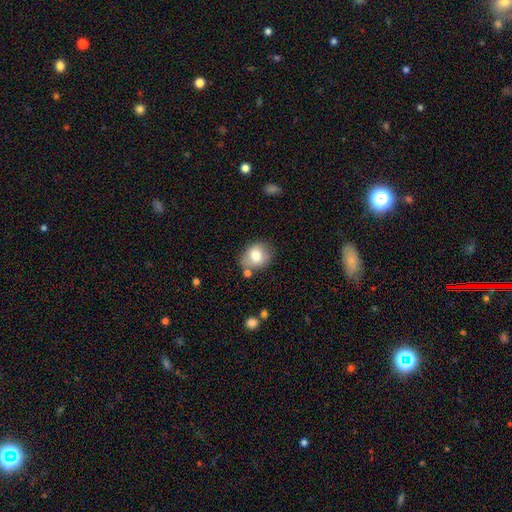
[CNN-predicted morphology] A smooth galaxy with no disk features (76%) that is round (56%).

Vote fractions:
- Smooth or featured? smooth: 76% / featured or disk: 16% / star or artifact: 9%
- How rounded? round: 56% / in between: 43% / cigar-shaped: 1%
- Merging? none: 70% / minor disturbance: 18% / merger: 8% / major disturbance: 4%